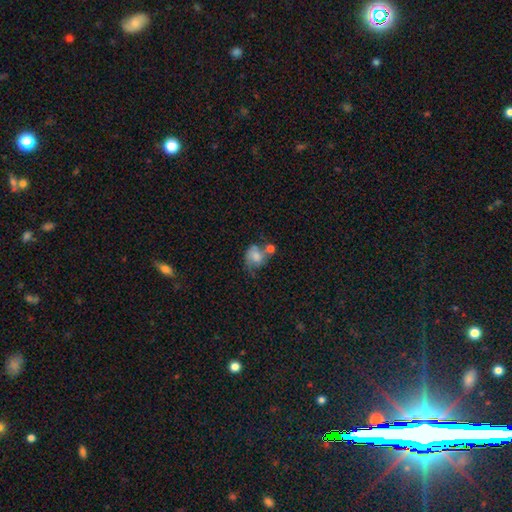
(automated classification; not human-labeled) smooth-or-featured: smooth: 63% | featured or disk: 27% | star or artifact: 10%
  how-rounded: round: 52% | in between: 47% | cigar-shaped: 1%
  merging: merger: 34% | none: 28% | minor disturbance: 22% | major disturbance: 17%